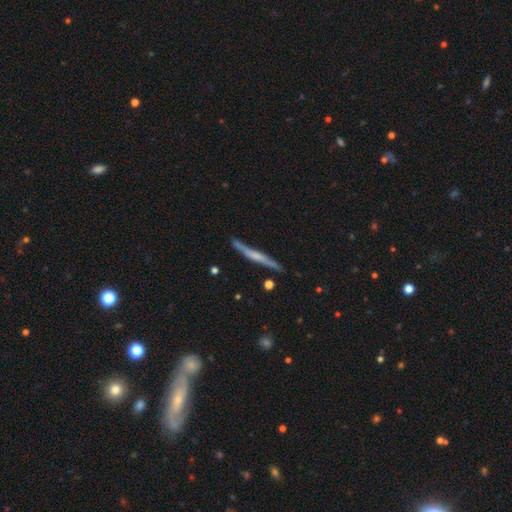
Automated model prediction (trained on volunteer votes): Overall: featured or disk (62%; smooth 33%). Edge-on disk: yes (96%). Edge-on bulge: rounded (44%; none 42%). Merging: none (84%).